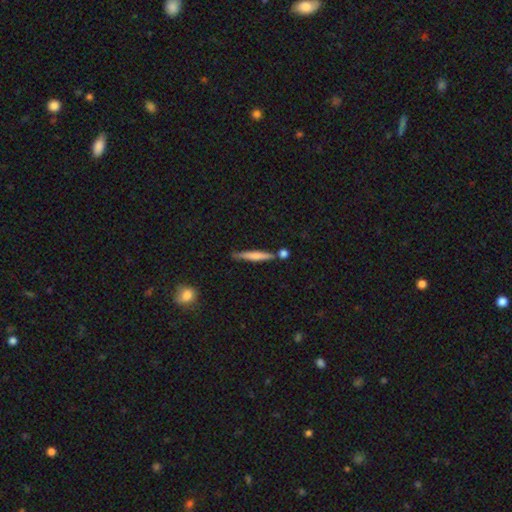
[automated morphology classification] smooth 61%, featured or disk 33%, star or artifact 6%. Down the decision tree: how rounded — cigar-shaped (94%); merging — none (74%).